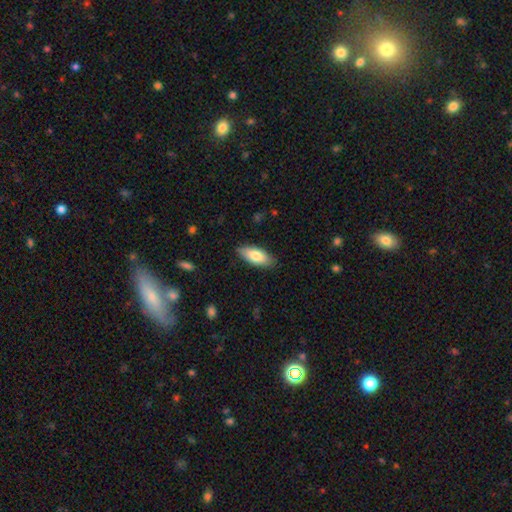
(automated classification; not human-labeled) smooth-or-featured: smooth: 80% | featured or disk: 14% | star or artifact: 6%
  how-rounded: in between: 84% | cigar-shaped: 14% | round: 2%
  merging: none: 85% | minor disturbance: 12% | major disturbance: 2% | merger: 1%